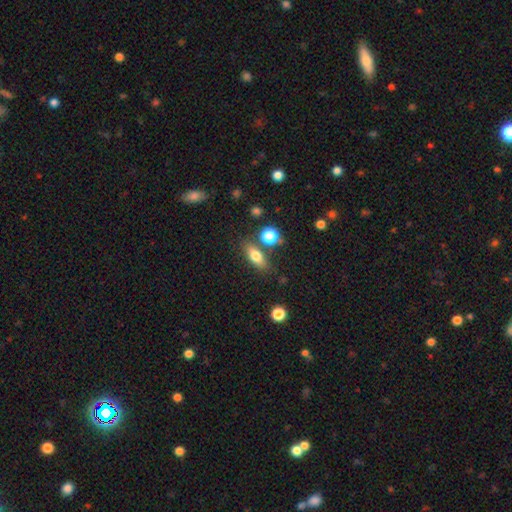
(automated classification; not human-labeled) A smooth galaxy with no disk features (73%) that is in between round and cigar-shaped (70%). Merging: none (73%).